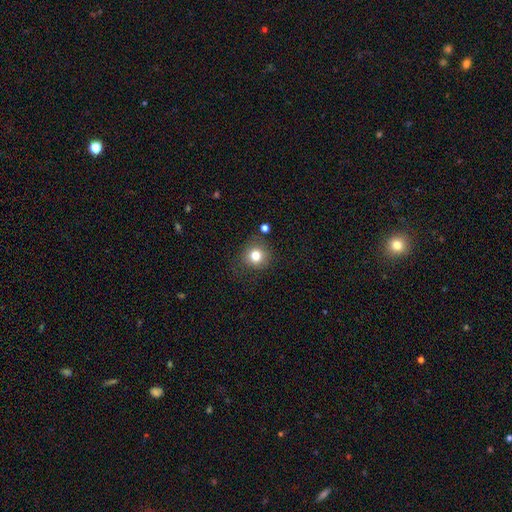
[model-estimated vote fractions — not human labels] This appears to be a smooth galaxy with no disk features (79%) that is round (91%). Merging: none (79%).